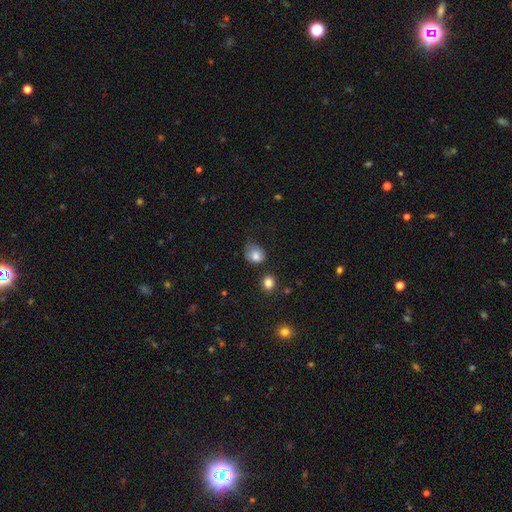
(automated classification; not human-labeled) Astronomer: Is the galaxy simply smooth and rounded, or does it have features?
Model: smooth — 81%.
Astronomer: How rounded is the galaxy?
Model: round — 62%.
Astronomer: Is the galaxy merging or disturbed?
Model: none — 44% (runner-up: minor disturbance, 36%).